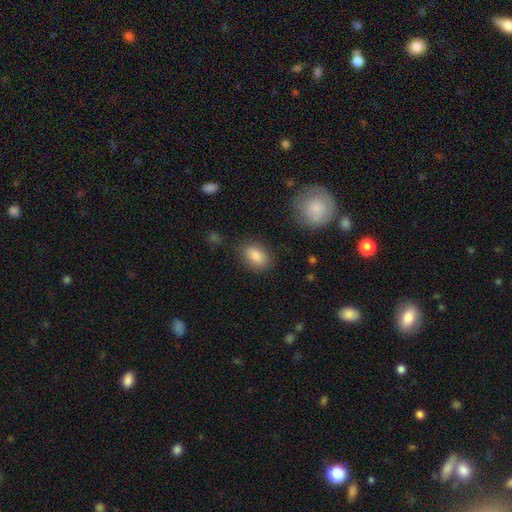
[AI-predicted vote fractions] Smooth or featured? Predicted: smooth (p=0.85). How rounded? Predicted: in between (p=0.84). Merging? Predicted: none (p=0.80).